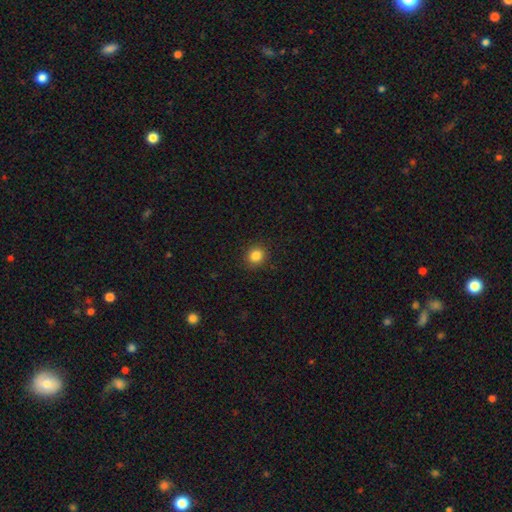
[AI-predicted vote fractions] Smooth or featured: smooth — 84% (star or artifact — 11%)
How rounded: round — 86% (in between — 13%)
Merging: none — 90% (minor disturbance — 7%)